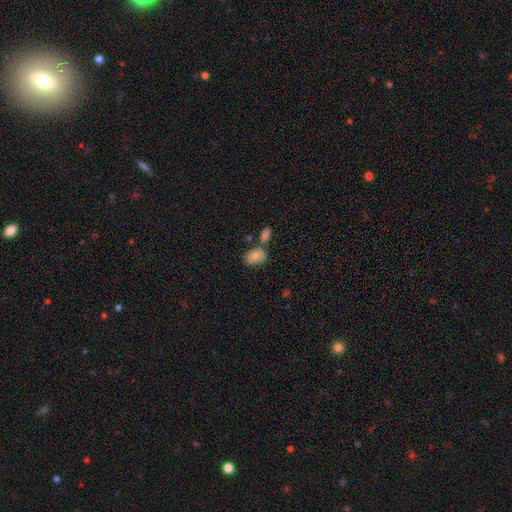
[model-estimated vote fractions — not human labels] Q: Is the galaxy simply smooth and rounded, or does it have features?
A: smooth — 73%.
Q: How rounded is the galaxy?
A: in between — 74%.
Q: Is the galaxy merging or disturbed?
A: none — 54%.